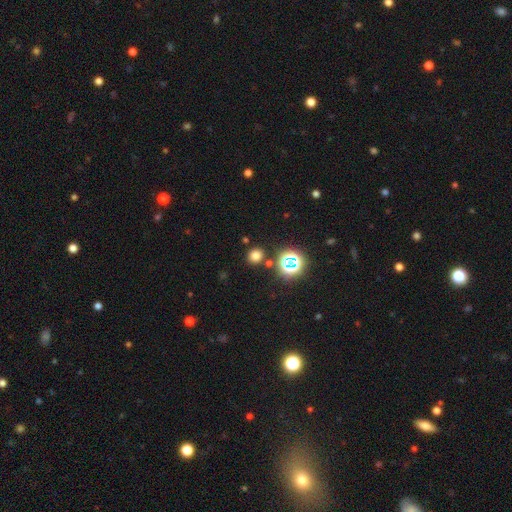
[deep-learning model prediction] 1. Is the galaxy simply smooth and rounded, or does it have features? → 70% smooth, 24% star or artifact, 6% featured or disk.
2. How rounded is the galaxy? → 82% round, 17% in between, 1% cigar-shaped.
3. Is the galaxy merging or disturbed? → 84% none, 7% minor disturbance, 6% merger, 3% major disturbance.